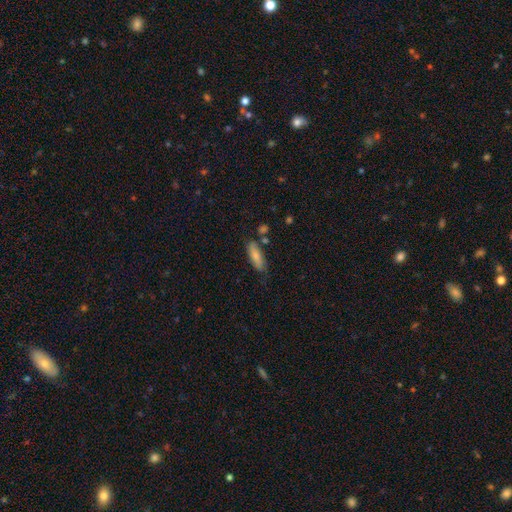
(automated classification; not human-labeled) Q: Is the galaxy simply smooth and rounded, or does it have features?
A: smooth — 79%.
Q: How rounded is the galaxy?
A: in between — 53%.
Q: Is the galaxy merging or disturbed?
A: none — 72%.